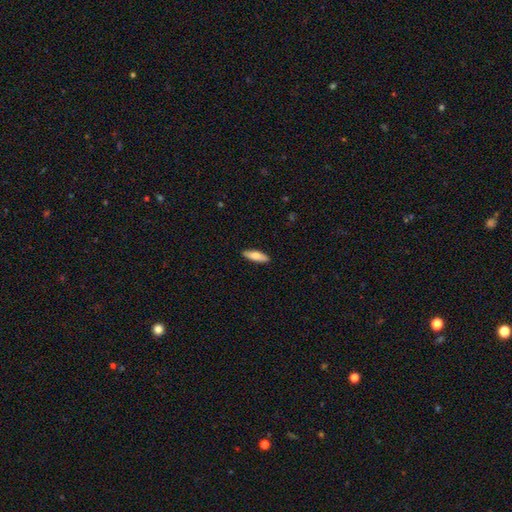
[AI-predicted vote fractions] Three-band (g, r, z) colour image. It shows a smooth galaxy with no disk features (75%) that is in between round and cigar-shaped (50%). Merging: none (89%).